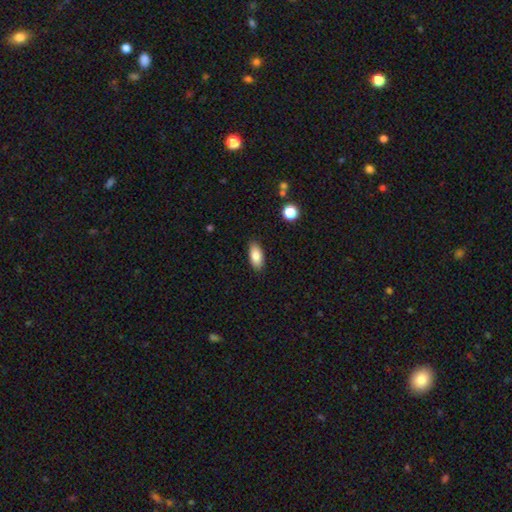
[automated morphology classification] Q: Smooth or featured?
A: smooth (85%); runner-up: featured or disk (8%)
Q: How rounded?
A: in between (89%); runner-up: cigar-shaped (8%)
Q: Merging?
A: none (87%); runner-up: minor disturbance (10%)